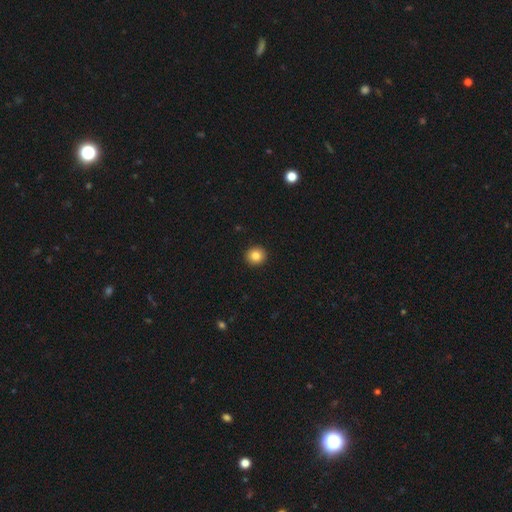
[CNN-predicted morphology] This is clearly a smooth galaxy (83%). How rounded: clearly round (90%). Merging: clearly none (93%).